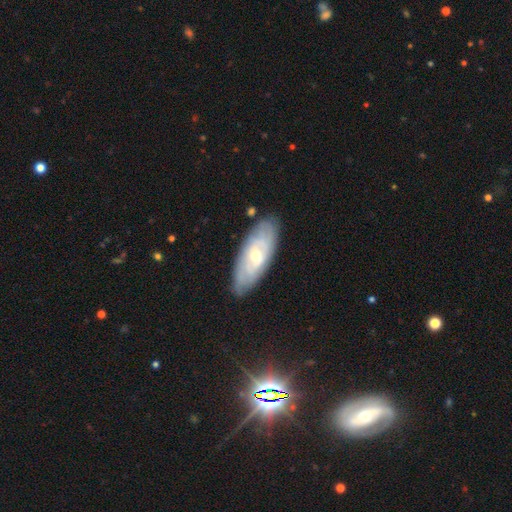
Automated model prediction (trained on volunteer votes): smooth_or_featured: featured or disk (p=0.68) [alt: smooth p=0.26]
disk_edge_on: no (p=0.85) [alt: yes p=0.15]
bar: no (p=0.58) [alt: weak p=0.34]
has_spiral_arms: yes (p=0.79) [alt: no p=0.21]
bulge_size: moderate (p=0.51) [alt: small p=0.44]
merging: none (p=0.82) [alt: minor disturbance p=0.13]